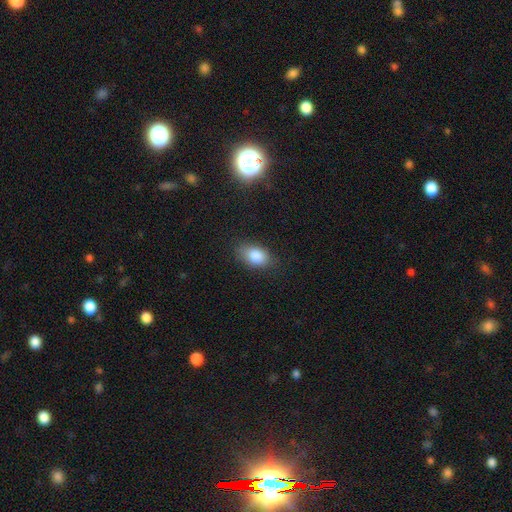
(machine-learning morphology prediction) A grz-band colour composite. It shows a smooth galaxy with no disk features (85%) that is in between round and cigar-shaped (86%). Merging: none (78%).